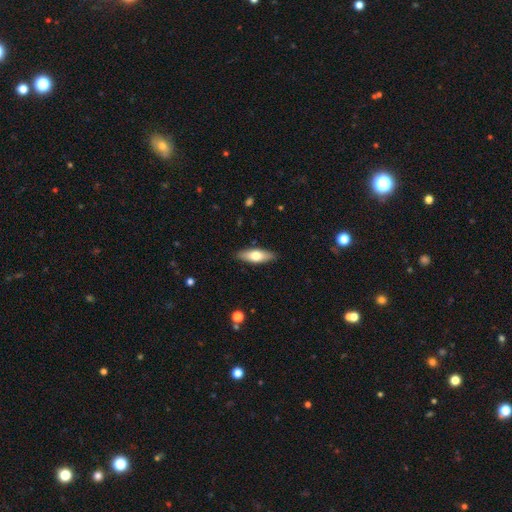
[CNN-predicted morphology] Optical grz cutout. It shows a smooth galaxy with no disk features (66%) that is in between round and cigar-shaped (65%). Merging: none (88%).